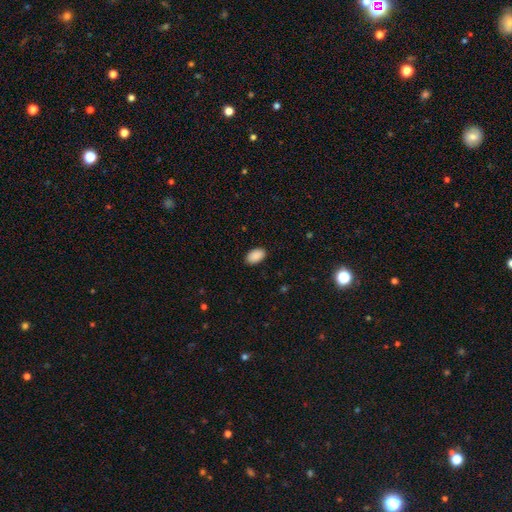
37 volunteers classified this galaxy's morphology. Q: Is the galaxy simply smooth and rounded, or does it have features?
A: smooth — 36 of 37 (97%).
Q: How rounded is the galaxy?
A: in between — 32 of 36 (89%).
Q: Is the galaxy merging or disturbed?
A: none — 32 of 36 (89%).